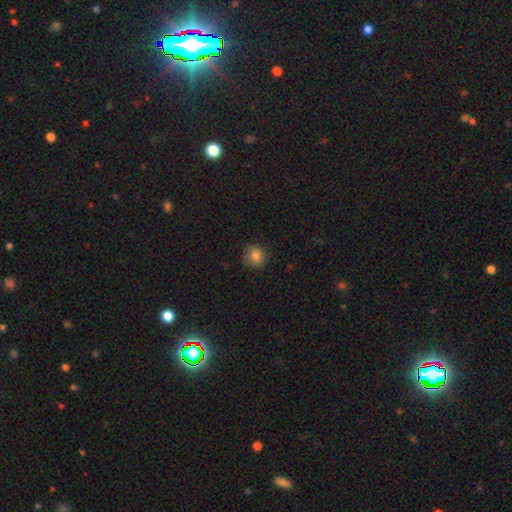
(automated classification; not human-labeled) Q: Smooth or featured?
A: smooth (83%); runner-up: star or artifact (11%)
Q: How rounded?
A: round (86%); runner-up: in between (13%)
Q: Merging?
A: none (84%); runner-up: minor disturbance (12%)